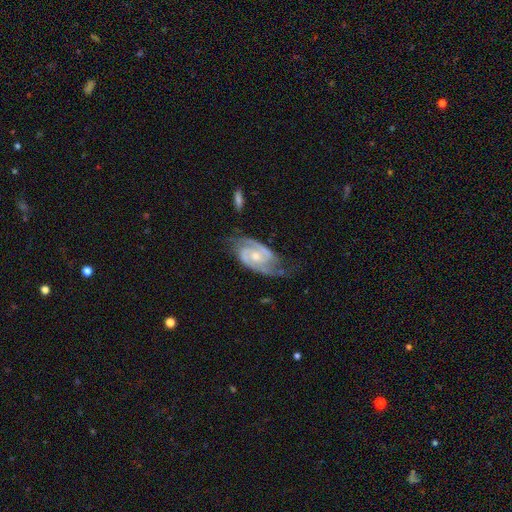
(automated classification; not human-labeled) Smooth or featured?
  - featured or disk: 91% *
  - smooth: 5%
  - star or artifact: 4%
Edge-on disk?
  - no: 97% *
  - yes: 3%
Bar?
  - no: 57% *
  - weak: 34%
  - strong: 9%
Spiral arms?
  - yes: 98% *
  - no: 2%
Spiral winding?
  - tight: 47% *
  - medium: 44%
  - loose: 9%
Spiral arm count?
  - 2: 89% *
  - can't tell: 4%
  - 3: 3%
  - 1: 2%
  - 4: 1%
  - more than 4: 1%
Bulge size?
  - moderate: 51% *
  - small: 44%
  - large: 2%
  - none: 2%
  - dominant: 1%
Merging?
  - none: 65% *
  - minor disturbance: 23%
  - major disturbance: 10%
  - merger: 2%